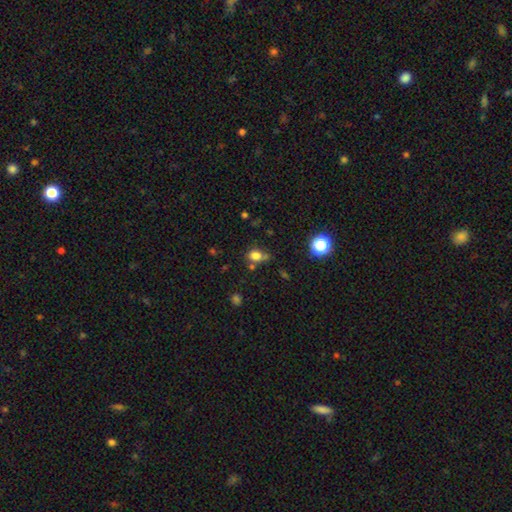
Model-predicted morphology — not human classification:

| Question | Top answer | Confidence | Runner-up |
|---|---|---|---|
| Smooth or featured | smooth | 78% | star or artifact (15%) |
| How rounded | in between | 51% | round (48%) |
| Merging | none | 57% | minor disturbance (23%) |